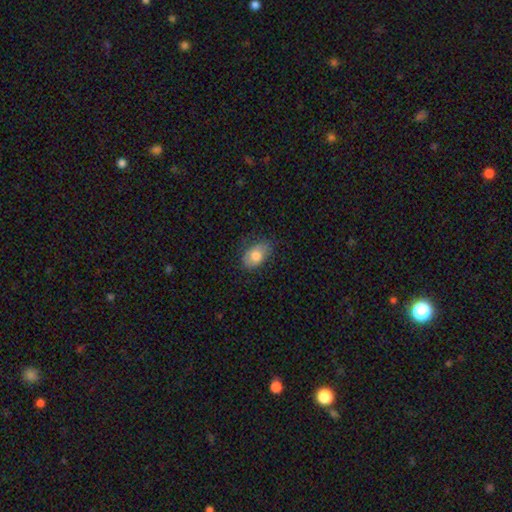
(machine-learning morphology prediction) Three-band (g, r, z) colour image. It shows a smooth galaxy with no disk features (75%) that is in between round and cigar-shaped (88%). Merging: none (68%).